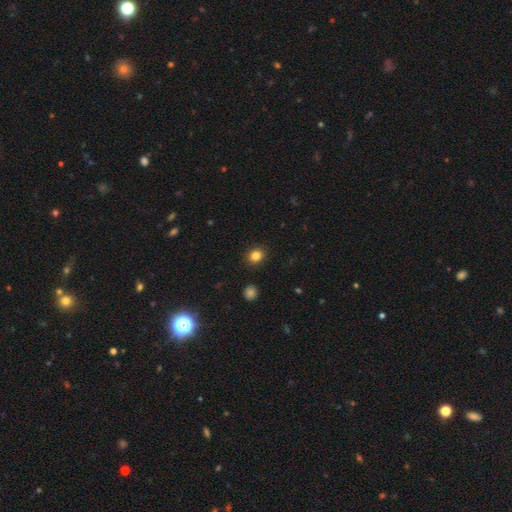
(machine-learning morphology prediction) Overall: smooth (83%). How rounded: round (68%; in between 31%). Merging: none (90%).